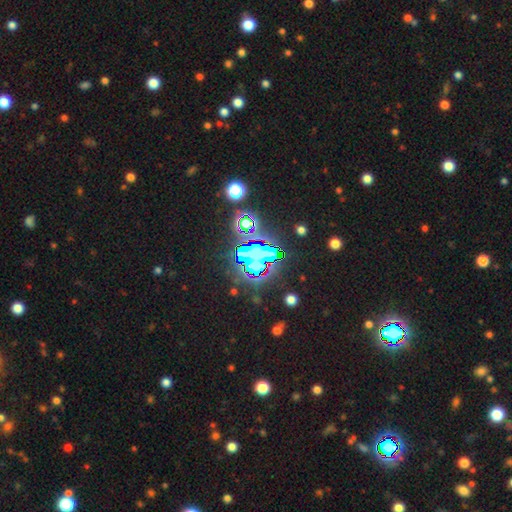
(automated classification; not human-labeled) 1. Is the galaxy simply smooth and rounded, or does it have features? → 72% star or artifact, 17% smooth, 12% featured or disk.